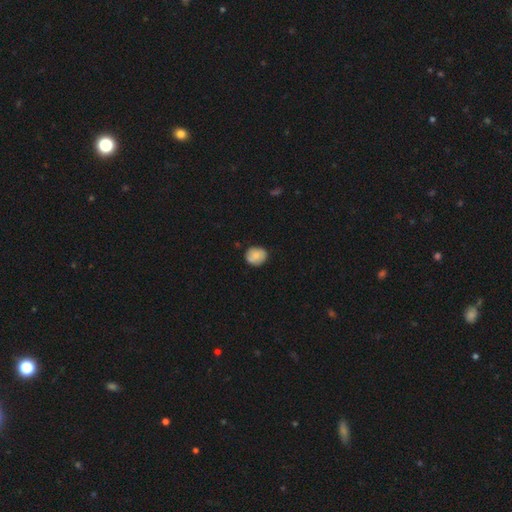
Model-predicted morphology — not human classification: The model was most divided on "how rounded": round: 69%, in between: 30%, cigar-shaped: 1%. More confident: smooth or featured — smooth (78%); merging — none (77%).